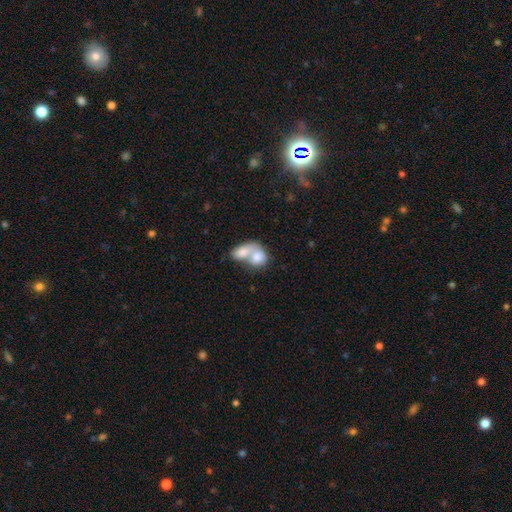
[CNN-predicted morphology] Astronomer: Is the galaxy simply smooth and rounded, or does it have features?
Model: smooth — 74%.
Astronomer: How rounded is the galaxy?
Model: in between — 67%.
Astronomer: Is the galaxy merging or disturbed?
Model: merger — 80%.